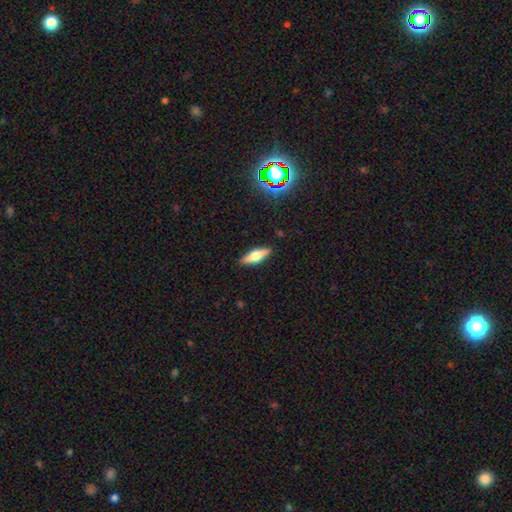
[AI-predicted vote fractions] Smooth or featured?
  - smooth: 53% *
  - featured or disk: 39%
  - star or artifact: 8%
How rounded?
  - in between: 52% *
  - cigar-shaped: 45%
  - round: 3%
Merging?
  - none: 89% *
  - minor disturbance: 8%
  - major disturbance: 2%
  - merger: 1%